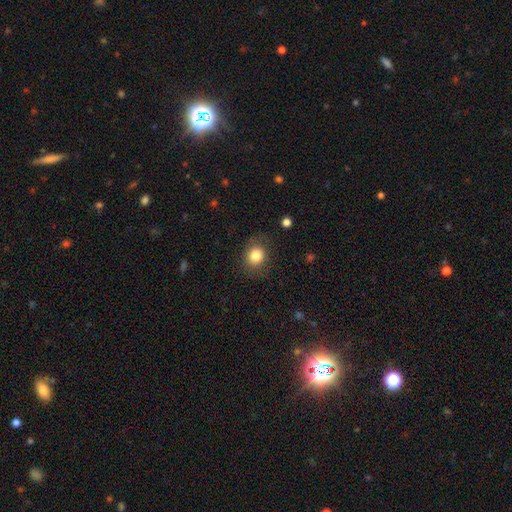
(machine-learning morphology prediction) smooth_or_featured: smooth (p=0.83) [alt: star or artifact p=0.10]
how_rounded: round (p=0.69) [alt: in between p=0.30]
merging: none (p=0.81) [alt: minor disturbance p=0.13]